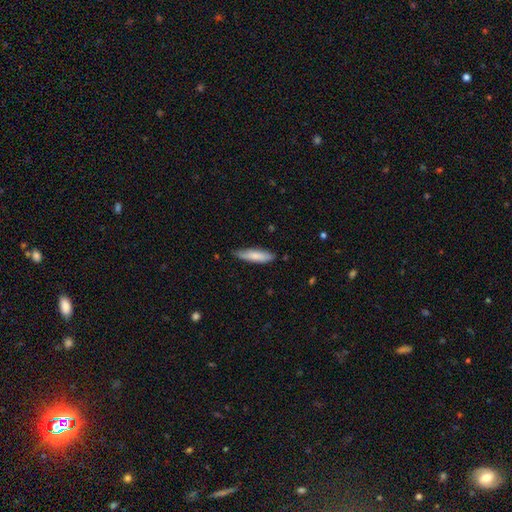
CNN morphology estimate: Overall: smooth (78%). How rounded: cigar-shaped (66%; in between 33%). Merging: none (75%).